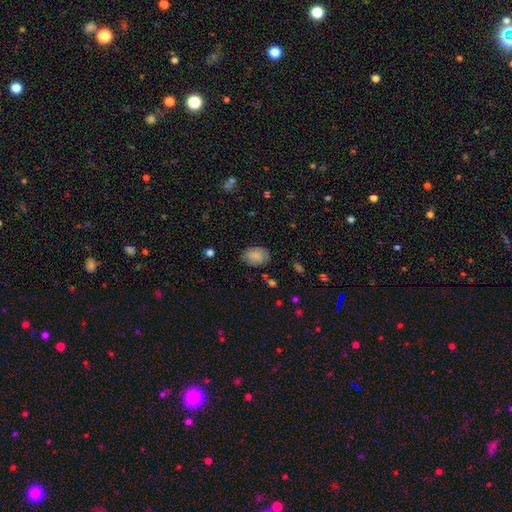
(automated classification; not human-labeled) Smooth or featured?
  - smooth: 83% *
  - featured or disk: 10%
  - star or artifact: 7%
How rounded?
  - in between: 78% *
  - round: 21%
  - cigar-shaped: 1%
Merging?
  - none: 80% *
  - minor disturbance: 15%
  - major disturbance: 4%
  - merger: 1%